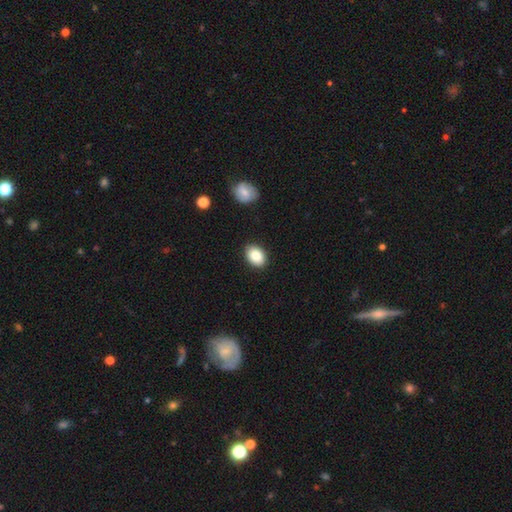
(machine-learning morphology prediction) Overall: smooth (85%). How rounded: in between (78%). Merging: none (89%).